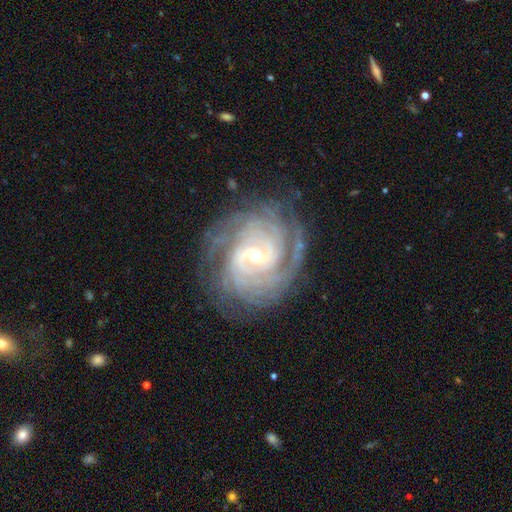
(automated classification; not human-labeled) Overall: featured or disk (91%). Edge-on disk: no (97%). Bar: weak (50%; strong 28%). Spiral arms: yes (98%). Spiral arm count: can't tell (25%; 4 23%). Spiral winding: tight (79%). Bulge size: moderate (49%; small 48%). Merging: none (79%).